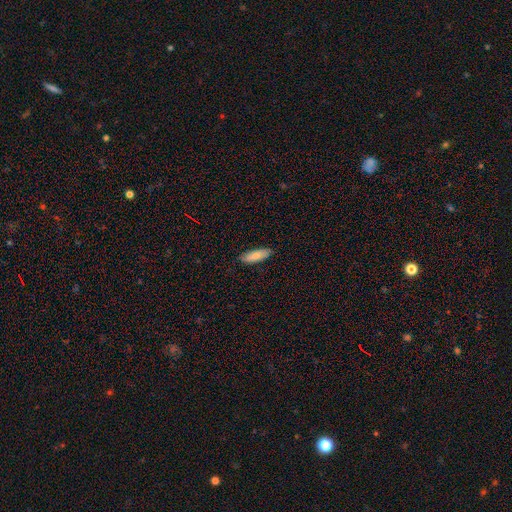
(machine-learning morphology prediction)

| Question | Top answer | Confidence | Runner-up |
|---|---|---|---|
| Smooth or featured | smooth | 82% | featured or disk (12%) |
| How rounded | in between | 58% | cigar-shaped (40%) |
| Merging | none | 86% | minor disturbance (11%) |